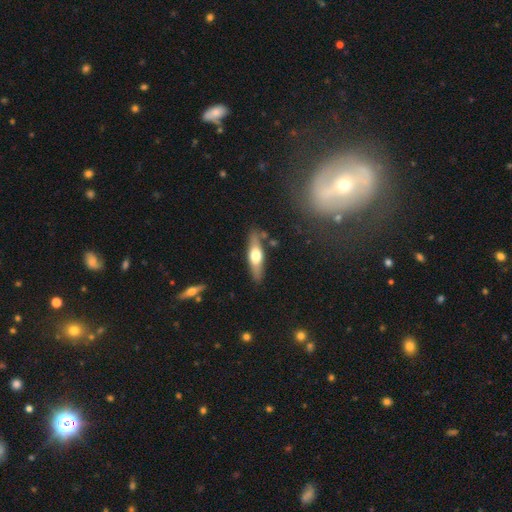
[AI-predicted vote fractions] This appears to be a featured or disk galaxy (49%). Merging: none (83%).